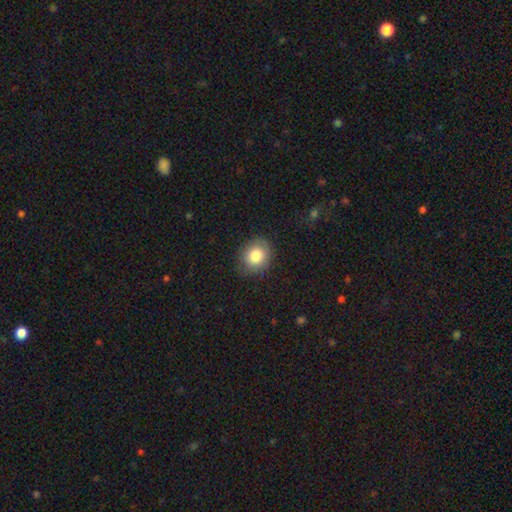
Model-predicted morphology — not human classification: smooth-or-featured: smooth: 82% | star or artifact: 9% | featured or disk: 9%
  how-rounded: round: 67% | in between: 32% | cigar-shaped: 1%
  merging: none: 80% | minor disturbance: 15% | major disturbance: 3% | merger: 1%